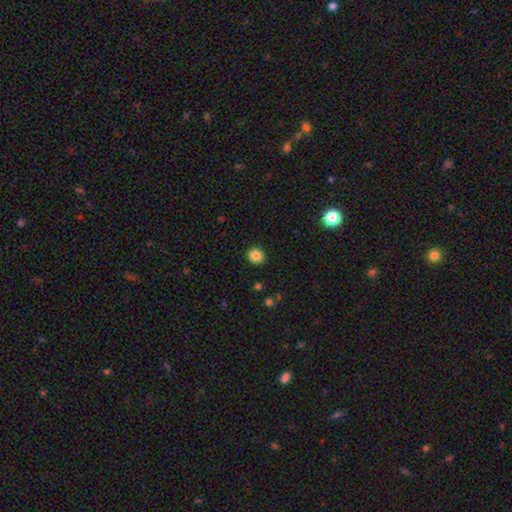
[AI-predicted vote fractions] Q: Smooth or featured?
A: smooth (85%); runner-up: star or artifact (11%)
Q: How rounded?
A: round (77%); runner-up: in between (22%)
Q: Merging?
A: none (91%); runner-up: minor disturbance (6%)